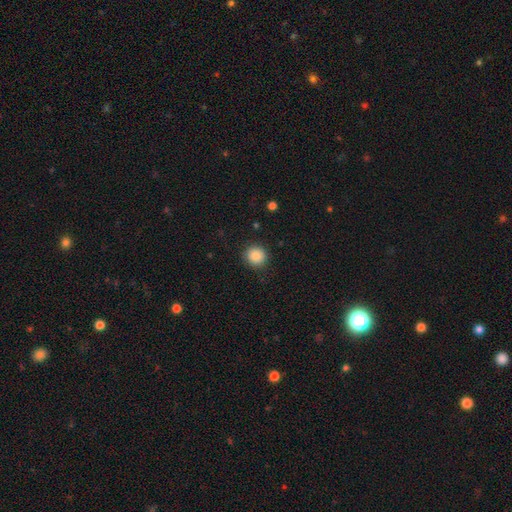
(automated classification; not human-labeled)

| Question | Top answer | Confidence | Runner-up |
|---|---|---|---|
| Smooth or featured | smooth | 85% | star or artifact (10%) |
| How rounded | round | 93% | in between (6%) |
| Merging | none | 90% | minor disturbance (7%) |